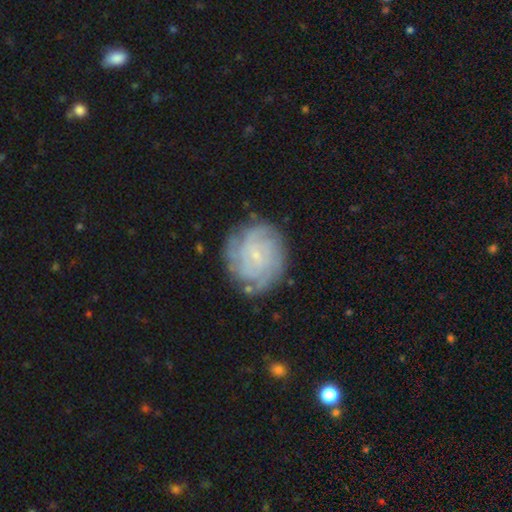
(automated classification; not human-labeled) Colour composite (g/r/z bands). It shows a featured or disk galaxy (76%) with no bar (65%), tight (72%) spiral arms (93%) and a small central bulge (83%). Merging: none (76%).